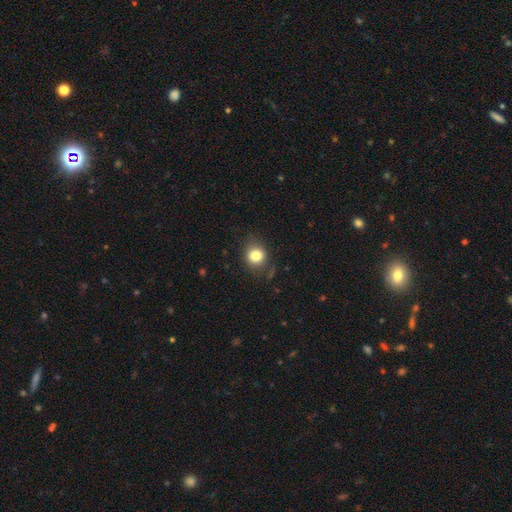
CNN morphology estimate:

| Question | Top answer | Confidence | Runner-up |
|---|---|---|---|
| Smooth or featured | smooth | 81% | star or artifact (11%) |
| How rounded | round | 72% | in between (27%) |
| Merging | none | 77% | minor disturbance (16%) |